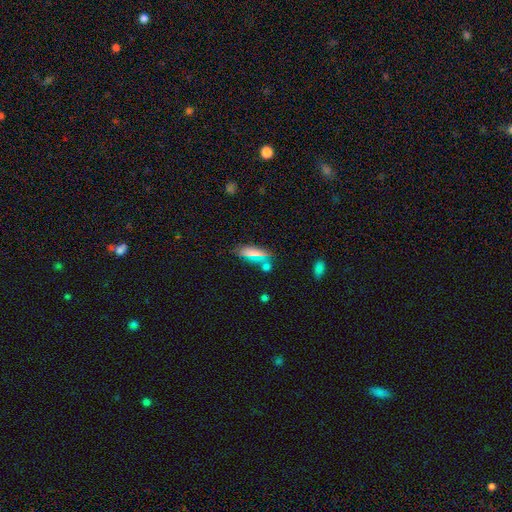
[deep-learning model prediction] Smooth or featured? smooth (68%)
How rounded? cigar-shaped (51%)
Merging? none (64%)